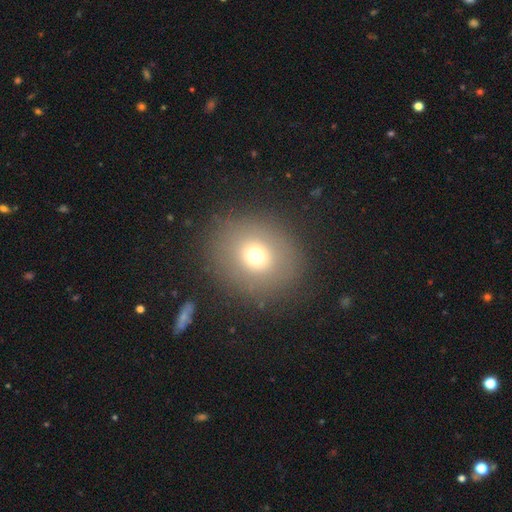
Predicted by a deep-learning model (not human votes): smooth_or_featured: smooth (p=0.69) [alt: star or artifact p=0.18]
how_rounded: round (p=0.79) [alt: in between p=0.20]
merging: none (p=0.86) [alt: minor disturbance p=0.08]